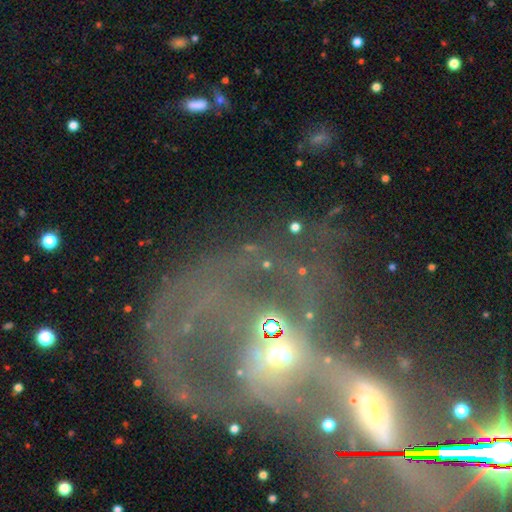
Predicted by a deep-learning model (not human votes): A featured or disk galaxy (60%) with no bar (66%), no spiral arms (54%) and a moderate central bulge (46%).

Vote fractions:
- Smooth or featured? featured or disk: 60% / smooth: 20% / star or artifact: 20%
- Edge-on disk? no: 94% / yes: 6%
- Bar? no: 66% / weak: 21% / strong: 13%
- Spiral arms? no: 54% / yes: 46%
- Bulge size? moderate: 46% / small: 34% / none: 9% / large: 8% / dominant: 4%
- Merging? merger: 43% / major disturbance: 25% / none: 21% / minor disturbance: 11%